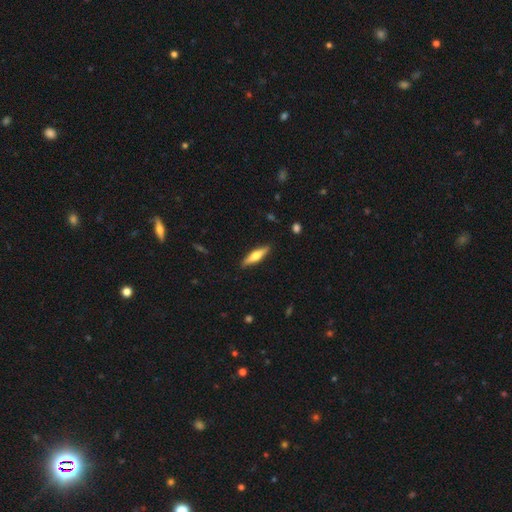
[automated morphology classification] This is possibly a smooth galaxy (48%). Merging: clearly none (89%).